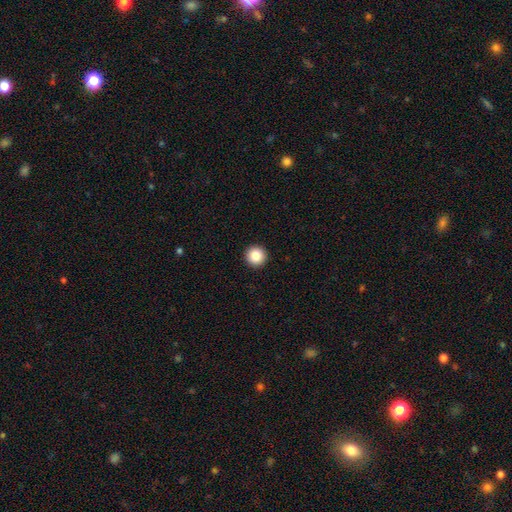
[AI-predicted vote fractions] Smooth or featured: smooth — 87% (star or artifact — 9%)
How rounded: round — 96% (in between — 3%)
Merging: none — 94% (minor disturbance — 4%)